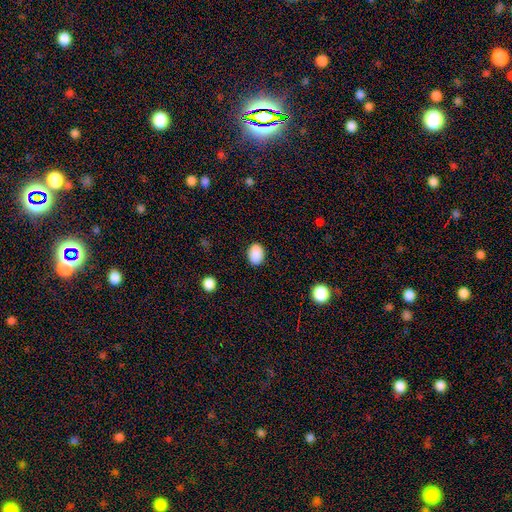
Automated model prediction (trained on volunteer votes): Smooth or featured? smooth (89%)
How rounded? in between (76%)
Merging? none (88%)